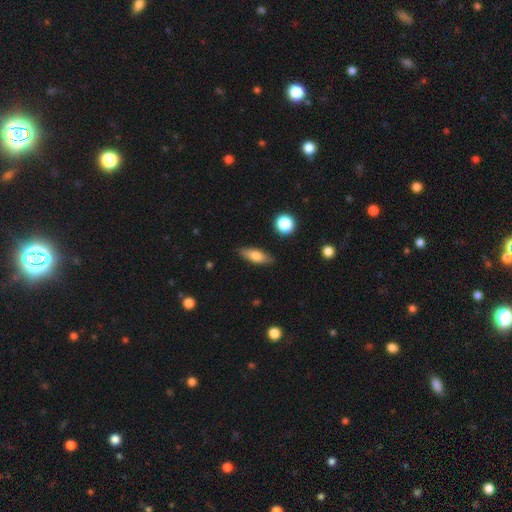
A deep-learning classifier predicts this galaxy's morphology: A smooth galaxy with no disk features (71%) that is in between round and cigar-shaped (60%). Merging: none (85%).